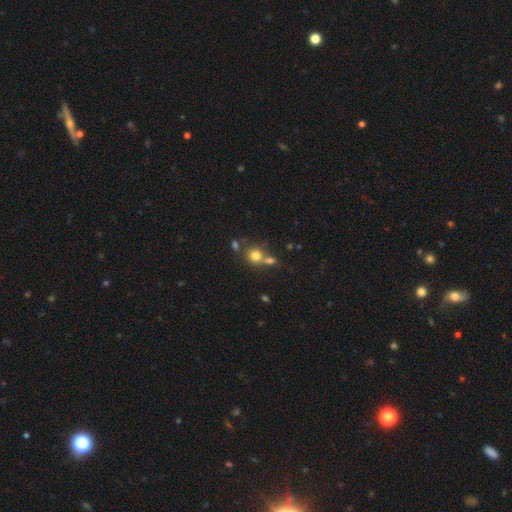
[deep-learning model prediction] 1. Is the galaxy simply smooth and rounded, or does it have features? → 76% smooth, 13% star or artifact, 11% featured or disk.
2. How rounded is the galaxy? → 82% round, 17% in between, 1% cigar-shaped.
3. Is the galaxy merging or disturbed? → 49% none, 36% merger, 10% minor disturbance, 5% major disturbance.